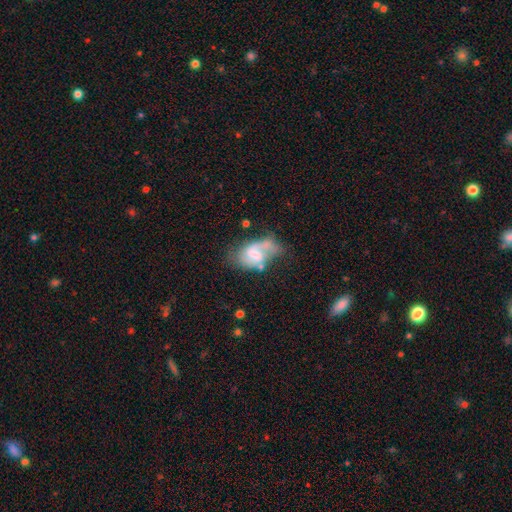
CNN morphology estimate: The model was most divided on "spiral winding": loose: 43%, medium: 42%, tight: 15%. Remaining: edge-on disk — no (97%); spiral arms — yes (80%); spiral arm count — 2 (69%); smooth or featured — featured or disk (66%); bar — weak (50%); bulge size — small (34%); merging — none (33%).